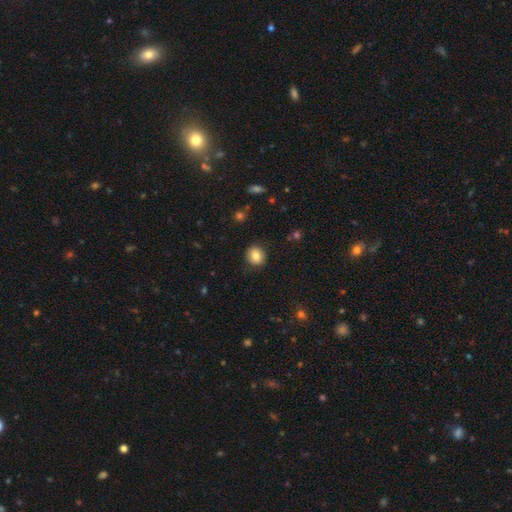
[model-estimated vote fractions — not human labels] This is clearly a smooth galaxy (82%). How rounded: clearly round (82%). Merging: clearly none (88%).